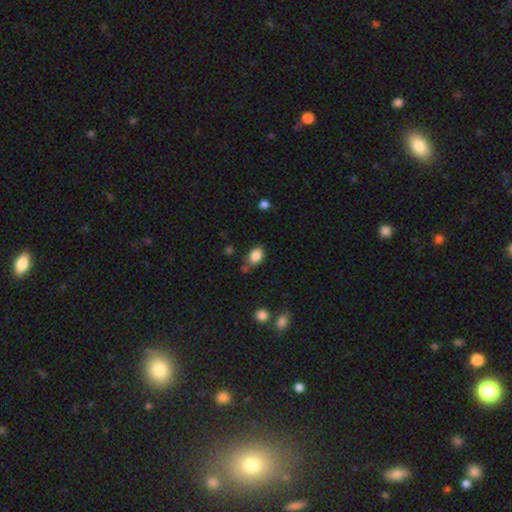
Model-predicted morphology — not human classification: This appears to be a smooth galaxy with no disk features (85%) that is in between round and cigar-shaped (76%). Merging: none (68%).